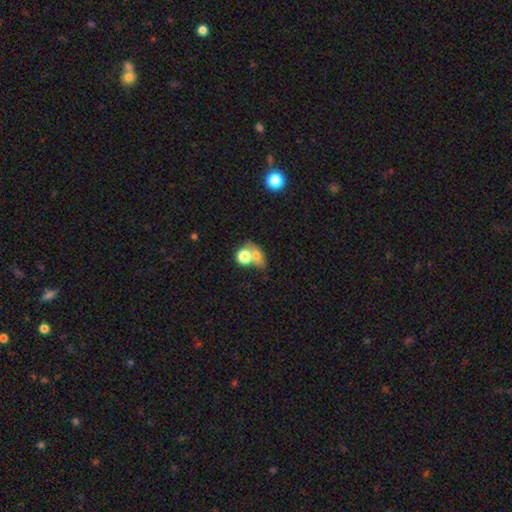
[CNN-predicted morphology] A smooth galaxy with no disk features (68%) that is round (50%). Merging: merger (55%).